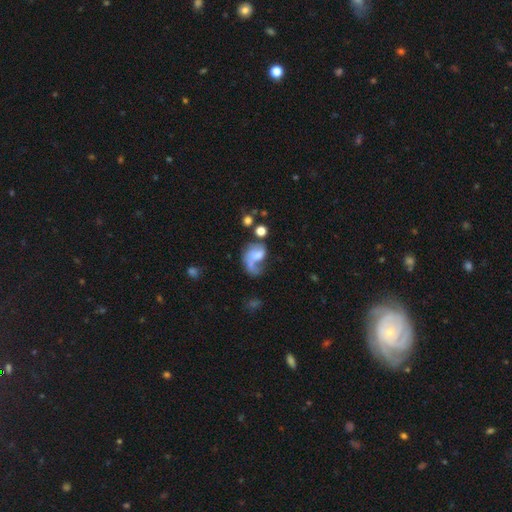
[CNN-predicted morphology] A featured or disk galaxy (50%). Merging: major disturbance (34%).